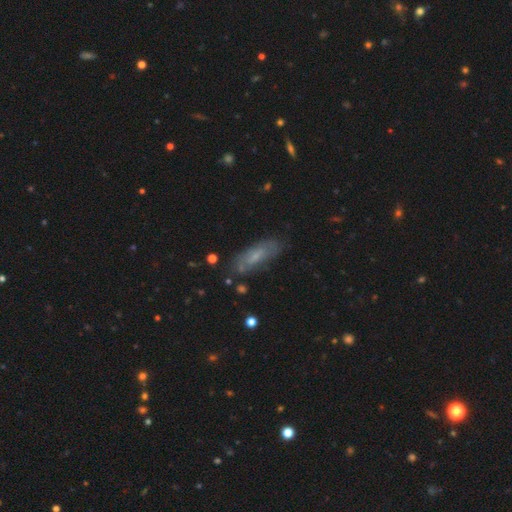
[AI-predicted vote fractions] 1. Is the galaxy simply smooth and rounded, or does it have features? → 49% smooth, 43% featured or disk, 8% star or artifact.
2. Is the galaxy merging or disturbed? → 72% none, 19% minor disturbance, 6% major disturbance, 3% merger.